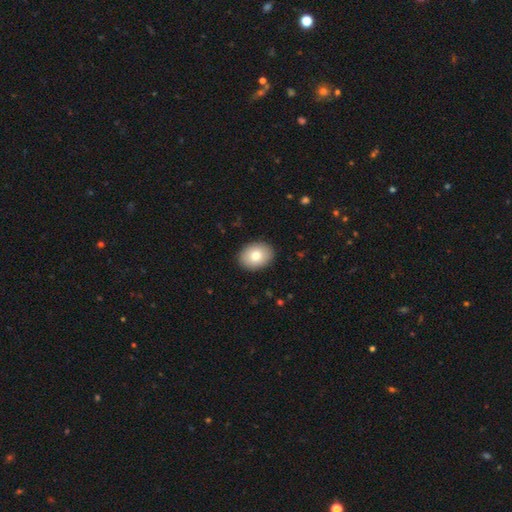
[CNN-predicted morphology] smooth_or_featured: smooth (p=0.81) [alt: featured or disk p=0.12]
how_rounded: in between (p=0.66) [alt: round p=0.33]
merging: none (p=0.90) [alt: minor disturbance p=0.07]